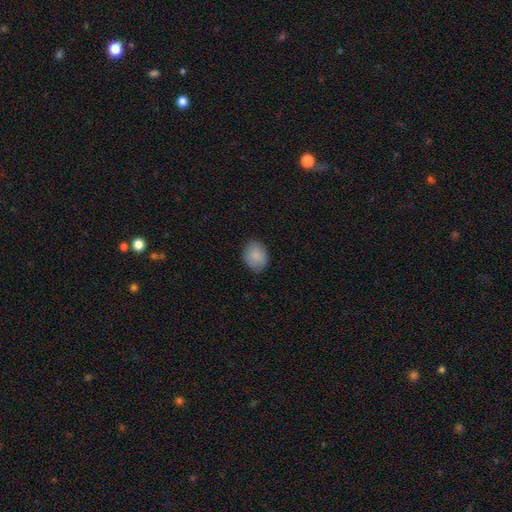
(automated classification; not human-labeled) A smooth galaxy with no disk features (88%) that is in between round and cigar-shaped (55%).

Vote fractions:
- Smooth or featured? smooth: 88% / star or artifact: 7% / featured or disk: 5%
- How rounded? in between: 55% / round: 44% / cigar-shaped: 1%
- Merging? none: 83% / minor disturbance: 13% / major disturbance: 3% / merger: 1%